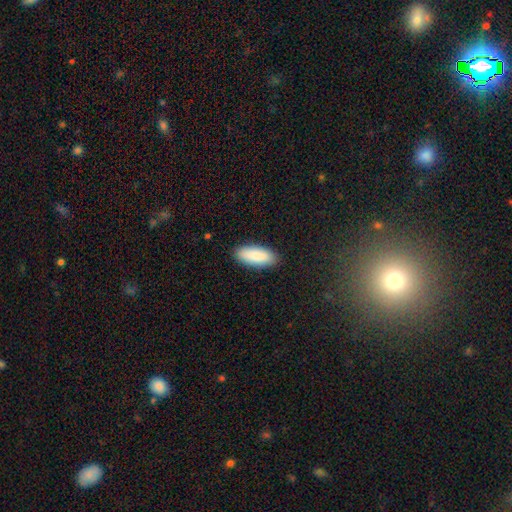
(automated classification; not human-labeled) smooth-or-featured: smooth: 88% | featured or disk: 6% | star or artifact: 6%
  how-rounded: in between: 81% | cigar-shaped: 17% | round: 2%
  merging: none: 89% | minor disturbance: 8% | major disturbance: 2% | merger: 1%